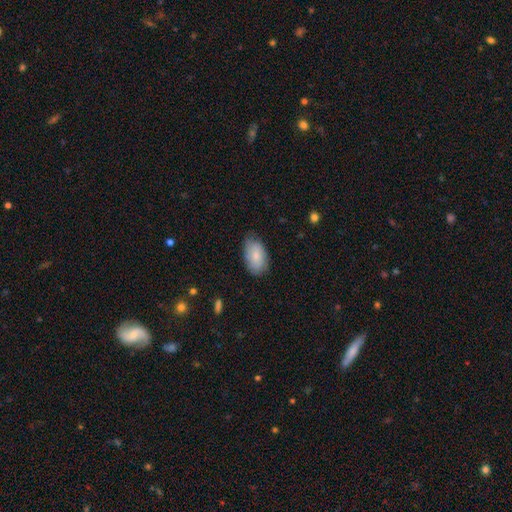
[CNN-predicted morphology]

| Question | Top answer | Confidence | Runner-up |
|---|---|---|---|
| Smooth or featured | smooth | 79% | featured or disk (15%) |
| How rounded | in between | 94% | round (4%) |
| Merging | none | 72% | minor disturbance (23%) |